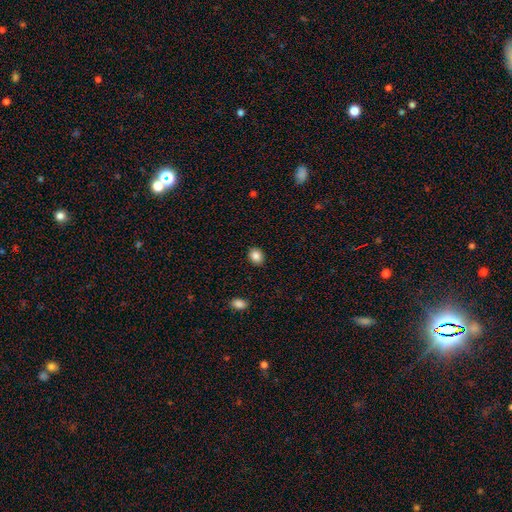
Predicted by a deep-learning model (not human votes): A smooth galaxy with no disk features (86%) that is round (57%).

Vote fractions:
- Smooth or featured? smooth: 86% / star or artifact: 9% / featured or disk: 5%
- How rounded? round: 57% / in between: 42% / cigar-shaped: 1%
- Merging? none: 90% / minor disturbance: 7% / major disturbance: 2% / merger: 1%